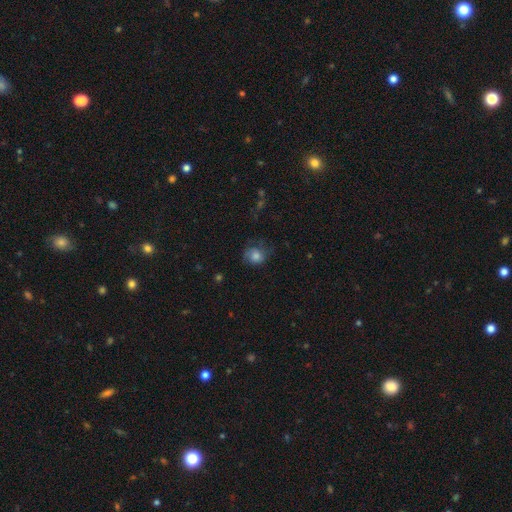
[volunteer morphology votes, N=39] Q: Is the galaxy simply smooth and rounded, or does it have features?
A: smooth — 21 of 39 (54%).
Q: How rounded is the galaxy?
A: round — 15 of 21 (71%).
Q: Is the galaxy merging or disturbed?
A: none — 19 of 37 (51%).